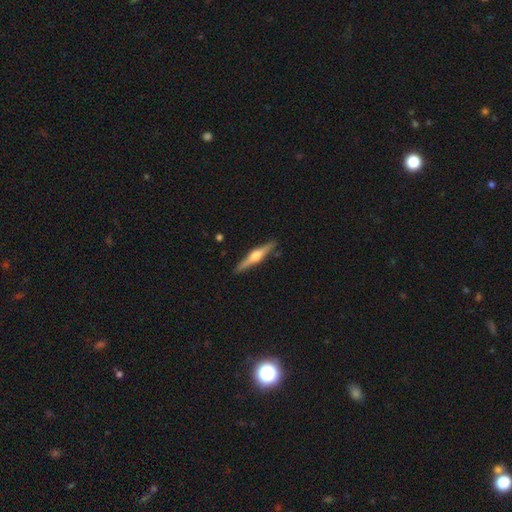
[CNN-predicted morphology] A featured or disk galaxy (71%) viewed edge-on (98%) with a rounded central bulge (93%). Merging: none (90%).